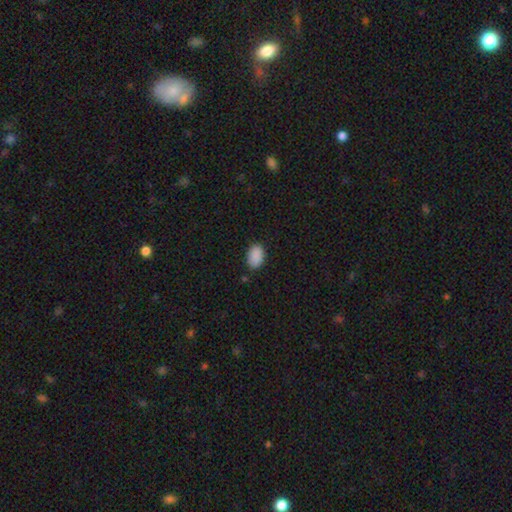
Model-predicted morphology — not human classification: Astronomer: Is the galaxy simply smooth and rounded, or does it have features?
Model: smooth — 90%.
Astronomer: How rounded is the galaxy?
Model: in between — 90%.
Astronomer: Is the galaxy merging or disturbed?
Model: none — 86%.